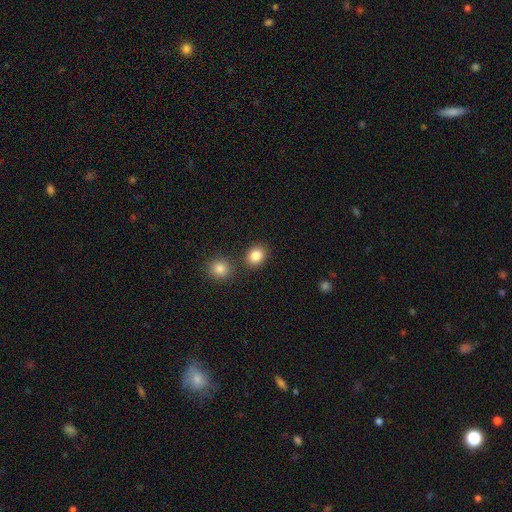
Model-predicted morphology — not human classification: Smooth or featured? Predicted: smooth (p=0.86). How rounded? Predicted: round (p=0.53). Merging? Predicted: none (p=0.78).